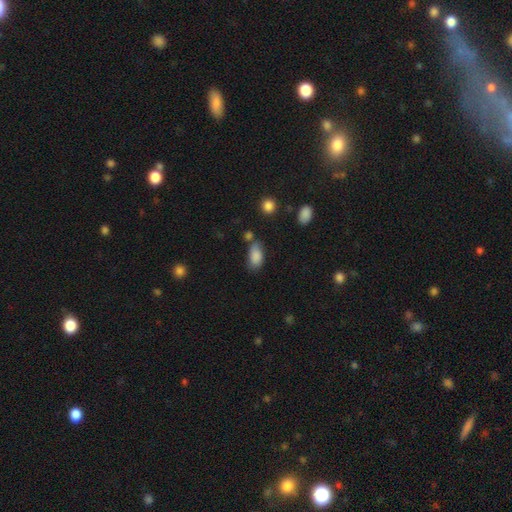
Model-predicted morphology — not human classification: A smooth galaxy with no disk features (86%) that is in between round and cigar-shaped (91%). Merging: none (57%).